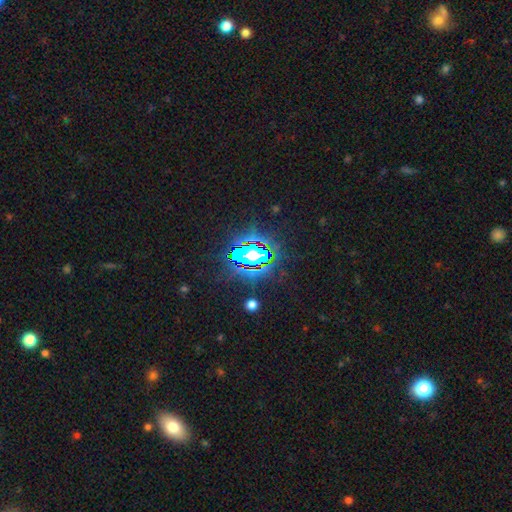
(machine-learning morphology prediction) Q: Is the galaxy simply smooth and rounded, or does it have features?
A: star or artifact — 70%.